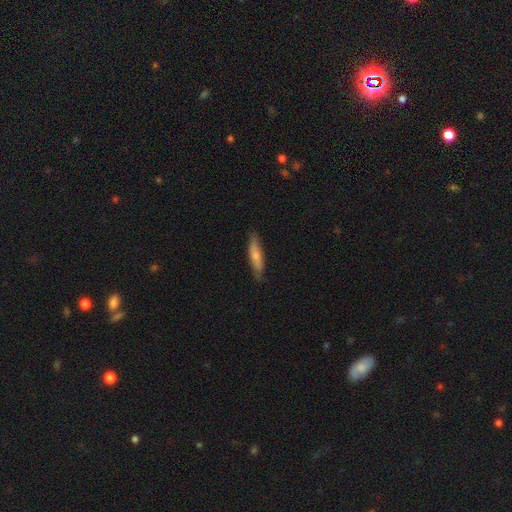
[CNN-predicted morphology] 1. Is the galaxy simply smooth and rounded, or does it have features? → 68% smooth, 27% featured or disk, 5% star or artifact.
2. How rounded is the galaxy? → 75% cigar-shaped, 23% in between, 2% round.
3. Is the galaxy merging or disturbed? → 79% none, 17% minor disturbance, 3% major disturbance, 1% merger.